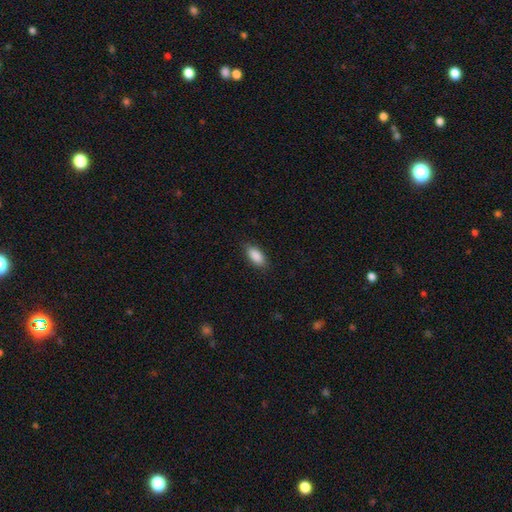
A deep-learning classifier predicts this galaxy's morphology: The model was most divided on "merging": none: 85%, minor disturbance: 11%, major disturbance: 3%, merger: 1%. More confident: smooth or featured — smooth (89%); how rounded — in between (88%).